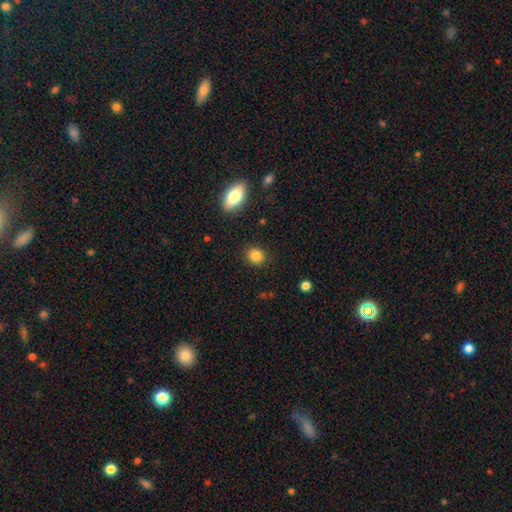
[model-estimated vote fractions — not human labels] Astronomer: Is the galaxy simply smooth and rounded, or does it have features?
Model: smooth — 85%.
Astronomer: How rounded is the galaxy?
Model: round — 74%.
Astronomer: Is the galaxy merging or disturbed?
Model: none — 89%.